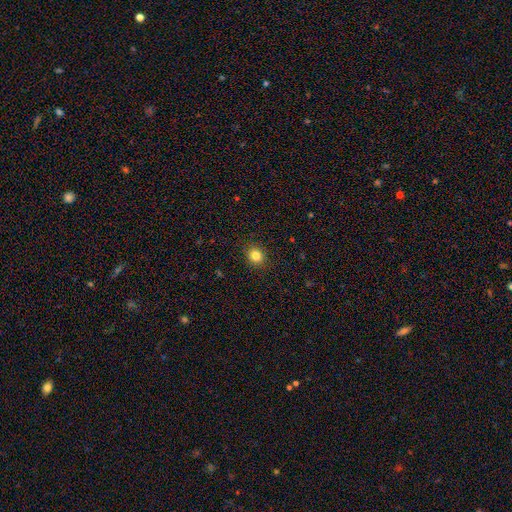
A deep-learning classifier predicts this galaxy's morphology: Smooth or featured?
  - smooth: 83% *
  - star or artifact: 12%
  - featured or disk: 6%
How rounded?
  - round: 73% *
  - in between: 26%
  - cigar-shaped: 1%
Merging?
  - none: 90% *
  - minor disturbance: 7%
  - major disturbance: 2%
  - merger: 1%